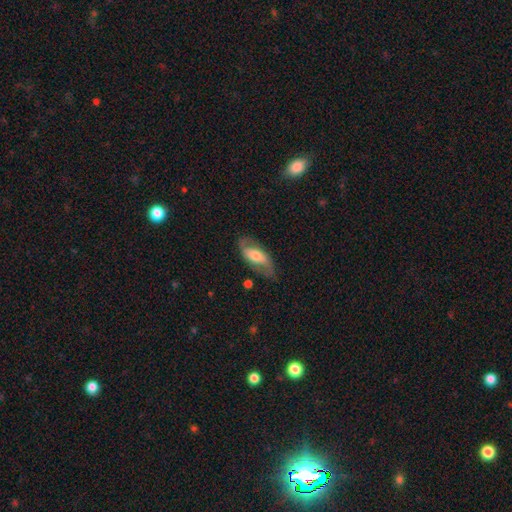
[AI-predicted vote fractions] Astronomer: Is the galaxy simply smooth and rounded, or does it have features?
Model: featured or disk — 61%.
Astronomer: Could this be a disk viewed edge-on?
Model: no — 89%.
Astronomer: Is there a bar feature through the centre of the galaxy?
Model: weak — 35% (runner-up: no, 34%).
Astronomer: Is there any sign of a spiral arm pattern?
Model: yes — 79%.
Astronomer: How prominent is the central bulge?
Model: moderate — 55%.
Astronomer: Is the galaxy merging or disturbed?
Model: none — 71%.